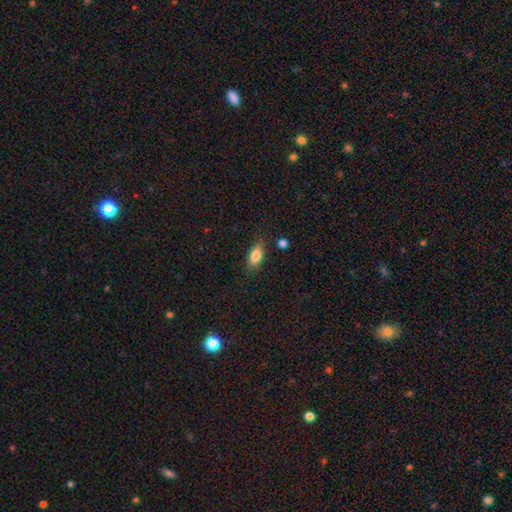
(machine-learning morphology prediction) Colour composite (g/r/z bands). It shows a smooth galaxy with no disk features (82%) that is in between round and cigar-shaped (86%). Merging: none (79%).